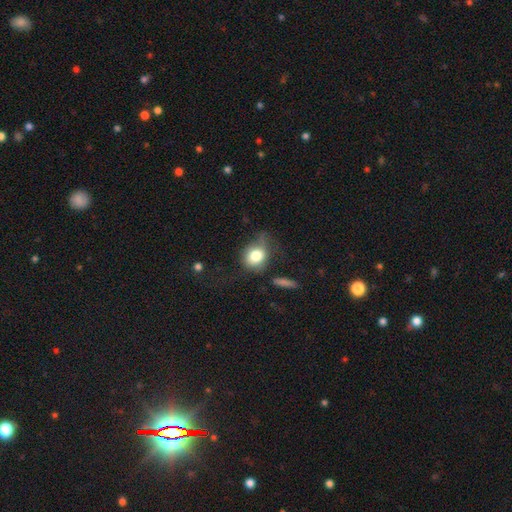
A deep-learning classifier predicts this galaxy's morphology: This is likely a smooth galaxy (78%). How rounded: possibly round (58%). Merging: marginally none (41%).